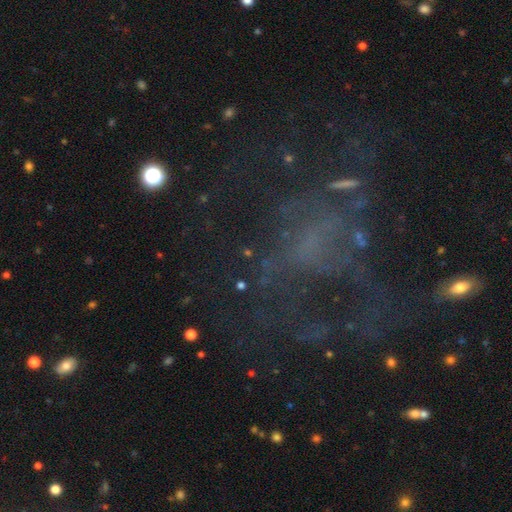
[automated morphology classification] A featured or disk galaxy (52%).

Vote fractions:
- Smooth or featured? featured or disk: 52% / star or artifact: 29% / smooth: 19%
- Edge-on disk? no: 96% / yes: 4%
- Merging? none: 42% / major disturbance: 38% / minor disturbance: 15% / merger: 5%